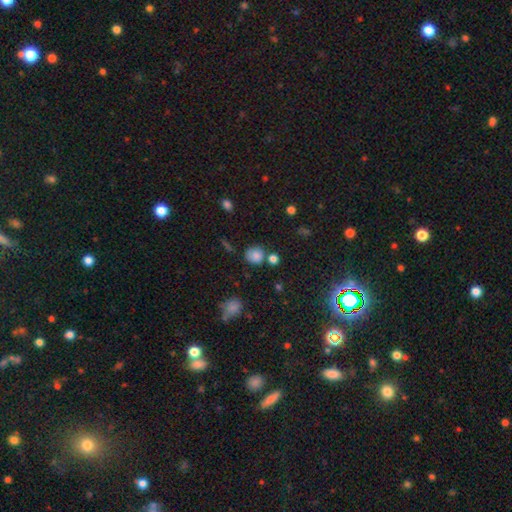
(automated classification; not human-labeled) Q: Smooth or featured?
A: smooth (81%); runner-up: star or artifact (13%)
Q: How rounded?
A: round (83%); runner-up: in between (16%)
Q: Merging?
A: none (69%); runner-up: minor disturbance (14%)